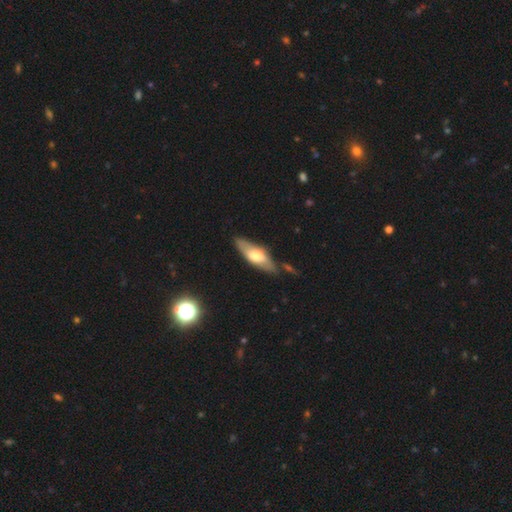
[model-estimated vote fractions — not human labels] A smooth galaxy with no disk features (53%) that is in between round and cigar-shaped (56%).

Vote fractions:
- Smooth or featured? smooth: 53% / featured or disk: 41% / star or artifact: 6%
- How rounded? in between: 56% / cigar-shaped: 41% / round: 2%
- Merging? none: 73% / minor disturbance: 17% / merger: 6% / major disturbance: 4%